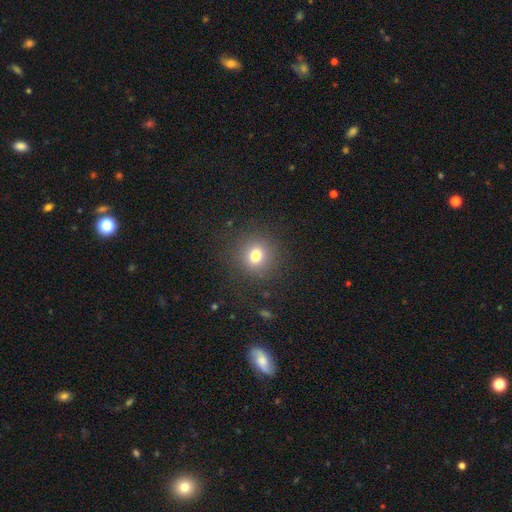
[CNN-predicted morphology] This appears to be a smooth galaxy with no disk features (76%) that is round (91%). Merging: none (87%).